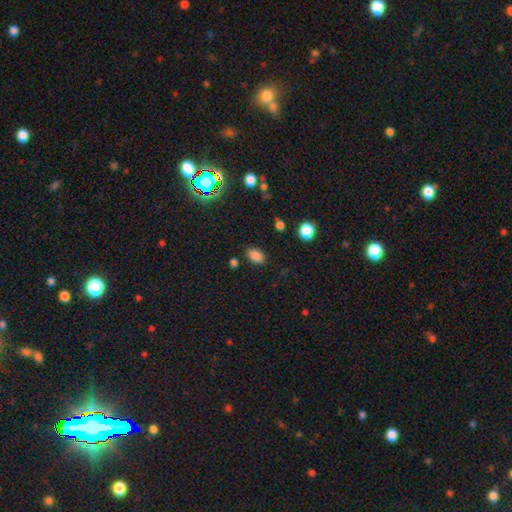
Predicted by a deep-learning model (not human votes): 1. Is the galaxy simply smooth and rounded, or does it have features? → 83% smooth, 12% star or artifact, 5% featured or disk.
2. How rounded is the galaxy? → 87% in between, 11% round, 1% cigar-shaped.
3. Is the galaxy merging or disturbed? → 85% none, 10% minor disturbance, 3% major disturbance, 2% merger.